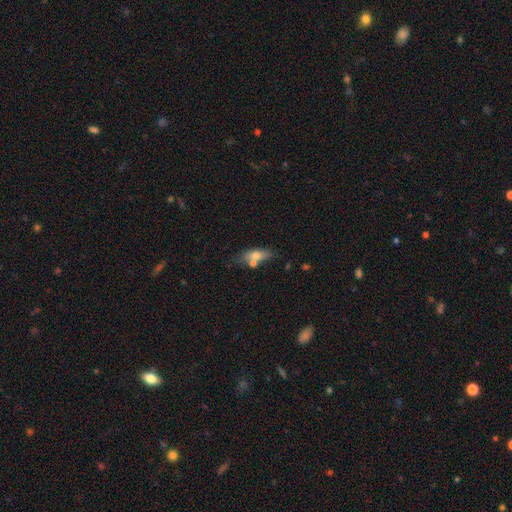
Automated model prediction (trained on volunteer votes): smooth_or_featured: smooth (p=0.63) [alt: featured or disk p=0.29]
how_rounded: in between (p=0.66) [alt: cigar-shaped p=0.29]
merging: none (p=0.53) [alt: merger p=0.26]